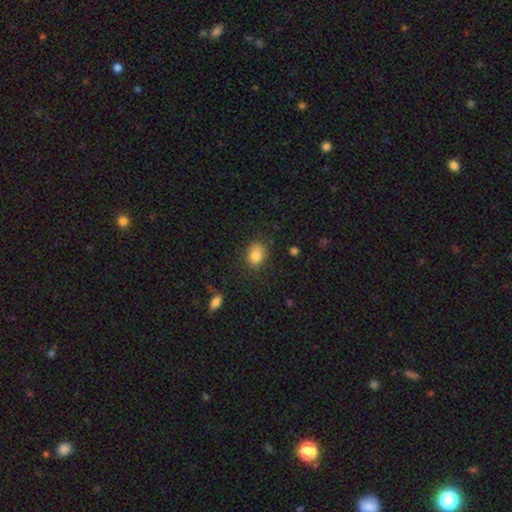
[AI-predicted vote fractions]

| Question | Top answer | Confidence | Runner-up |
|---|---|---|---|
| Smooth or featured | smooth | 83% | star or artifact (10%) |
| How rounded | in between | 60% | round (39%) |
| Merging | none | 79% | minor disturbance (15%) |